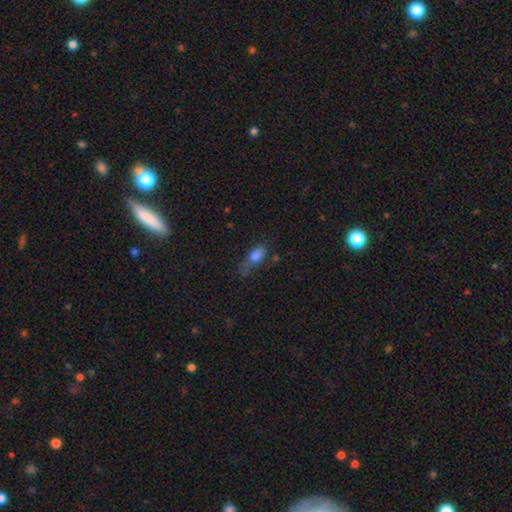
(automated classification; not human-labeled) A smooth galaxy with no disk features (77%) that is in between round and cigar-shaped (79%). Merging: none (36%).